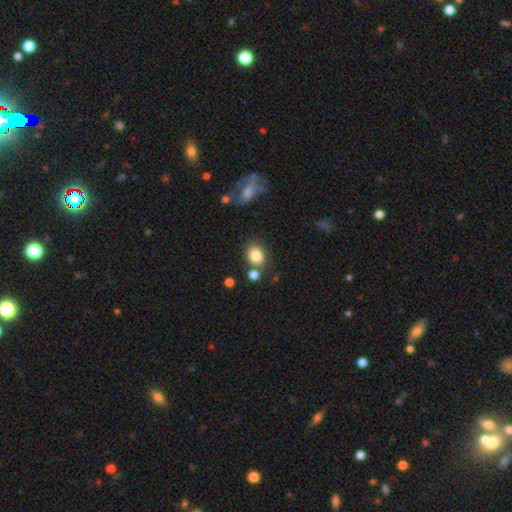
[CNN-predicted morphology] A smooth galaxy with no disk features (83%) that is round (53%).

Vote fractions:
- Smooth or featured? smooth: 83% / star or artifact: 10% / featured or disk: 7%
- How rounded? round: 53% / in between: 46% / cigar-shaped: 1%
- Merging? none: 72% / minor disturbance: 13% / merger: 12% / major disturbance: 4%